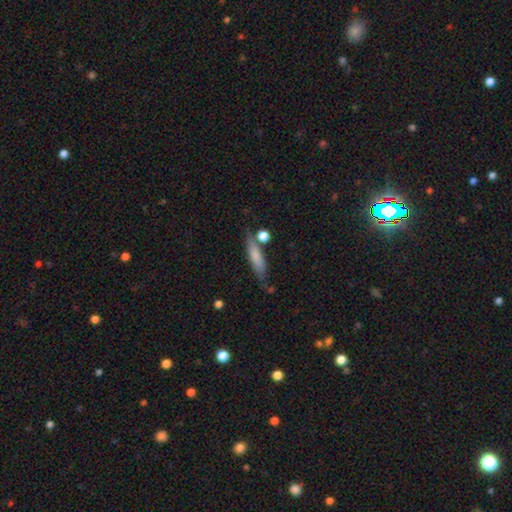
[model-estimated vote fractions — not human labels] Smooth or featured?
  - smooth: 71% *
  - featured or disk: 22%
  - star or artifact: 7%
How rounded?
  - cigar-shaped: 77% *
  - in between: 20%
  - round: 3%
Merging?
  - none: 64% *
  - minor disturbance: 20%
  - merger: 10%
  - major disturbance: 6%